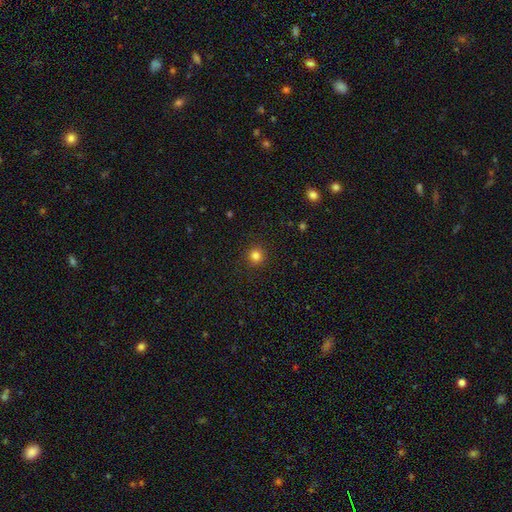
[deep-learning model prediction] Smooth or featured?
  - smooth: 82% *
  - star or artifact: 13%
  - featured or disk: 5%
How rounded?
  - round: 94% *
  - in between: 5%
  - cigar-shaped: 1%
Merging?
  - none: 91% *
  - minor disturbance: 5%
  - major disturbance: 2%
  - merger: 1%